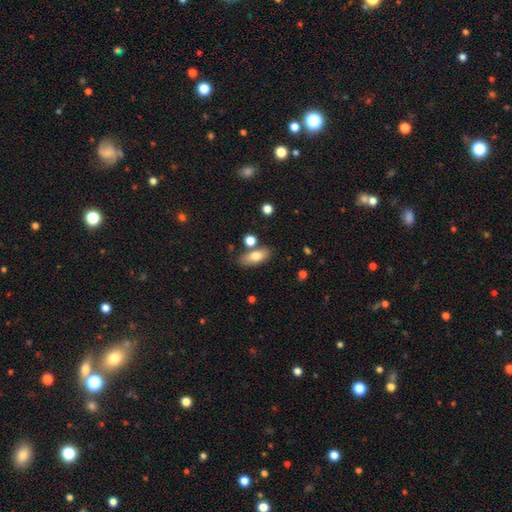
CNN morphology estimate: Smooth or featured: smooth — 77% (featured or disk — 16%)
How rounded: in between — 81% (cigar-shaped — 14%)
Merging: none — 74% (minor disturbance — 12%)